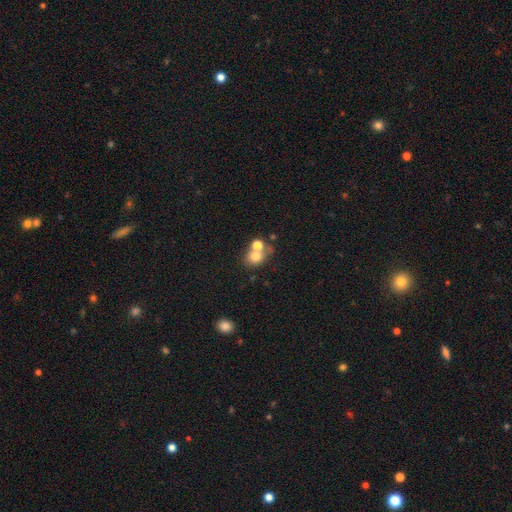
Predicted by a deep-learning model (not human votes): smooth_or_featured: smooth (p=0.73) [alt: featured or disk p=0.13]
how_rounded: round (p=0.69) [alt: in between p=0.30]
merging: merger (p=0.44) [alt: none p=0.42]